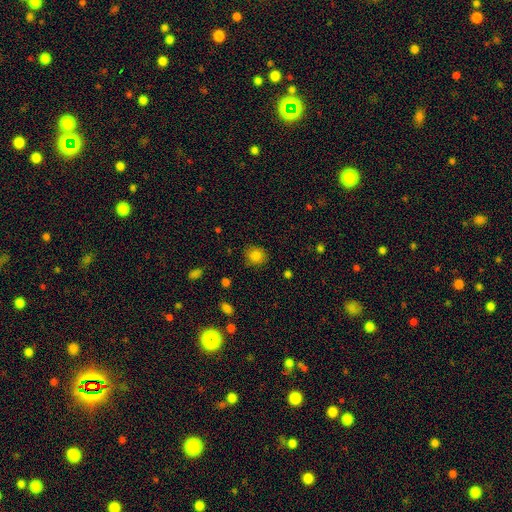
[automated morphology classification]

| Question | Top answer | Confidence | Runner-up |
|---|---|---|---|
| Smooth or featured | smooth | 83% | star or artifact (11%) |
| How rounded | round | 81% | in between (18%) |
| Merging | none | 84% | minor disturbance (12%) |